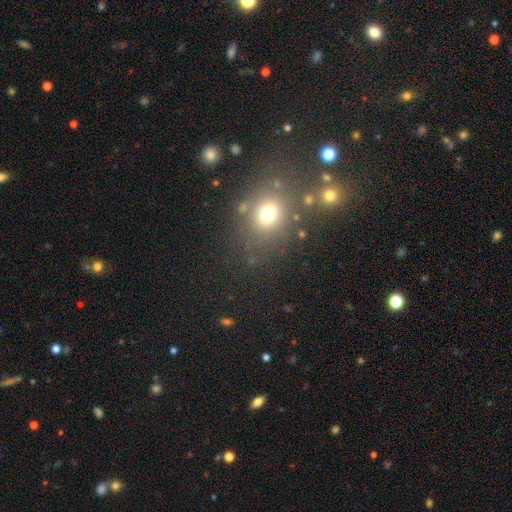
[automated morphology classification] The model was most divided on "smooth or featured": smooth: 56%, star or artifact: 33%, featured or disk: 11%. More confident: merging — none (74%); how rounded — round (62%).